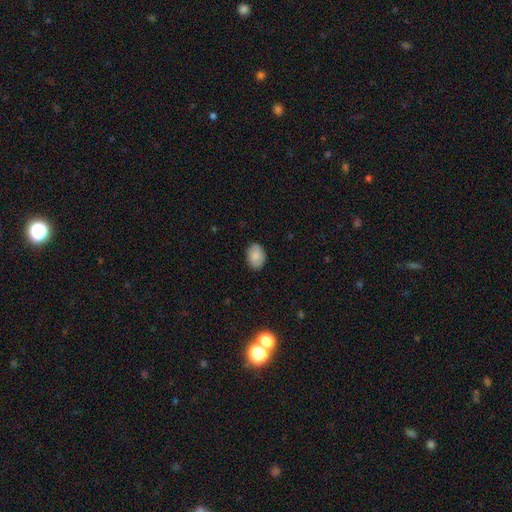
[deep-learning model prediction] Smooth or featured: smooth — 83% (featured or disk — 10%)
How rounded: in between — 81% (round — 18%)
Merging: none — 86% (minor disturbance — 11%)